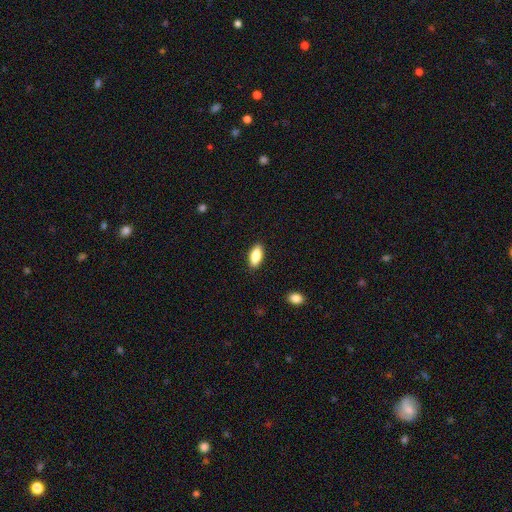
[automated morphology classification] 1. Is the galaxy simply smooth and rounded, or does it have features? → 83% smooth, 10% featured or disk, 7% star or artifact.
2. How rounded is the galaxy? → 84% in between, 13% cigar-shaped, 3% round.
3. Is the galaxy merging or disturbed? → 88% none, 9% minor disturbance, 2% major disturbance, 1% merger.